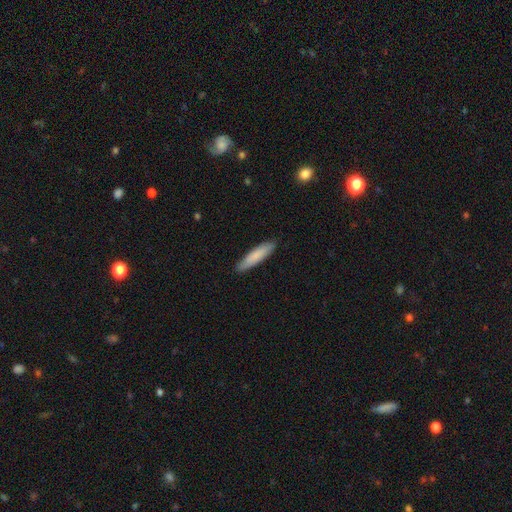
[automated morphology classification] This is clearly a smooth galaxy (83%). How rounded: clearly cigar-shaped (82%). Merging: clearly none (89%).